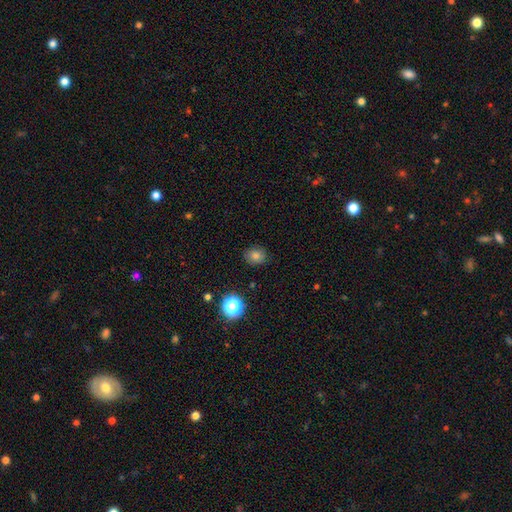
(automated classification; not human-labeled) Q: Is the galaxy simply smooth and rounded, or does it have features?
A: smooth — 79%.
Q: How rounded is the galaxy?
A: round — 70%.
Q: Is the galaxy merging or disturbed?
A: none — 86%.